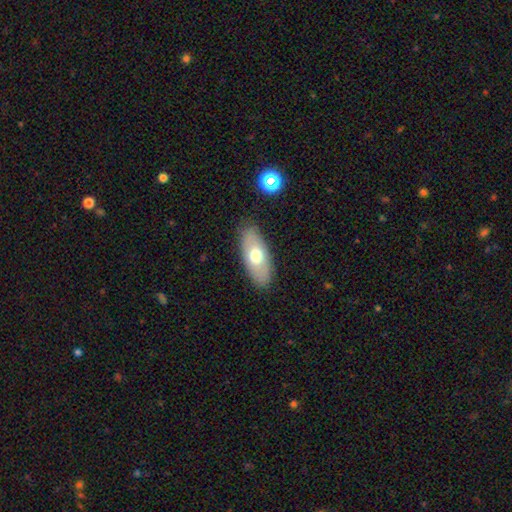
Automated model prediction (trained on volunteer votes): This appears to be a smooth galaxy with no disk features (59%) that is in between round and cigar-shaped (82%). Merging: none (86%).